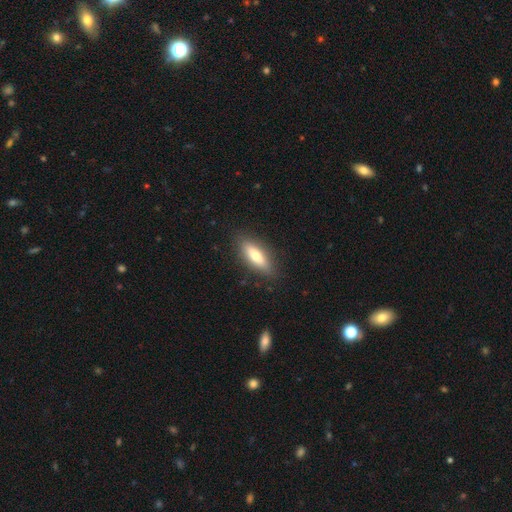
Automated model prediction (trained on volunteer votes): This is likely a smooth galaxy (66%). How rounded: possibly in between (60%). Merging: clearly none (86%).